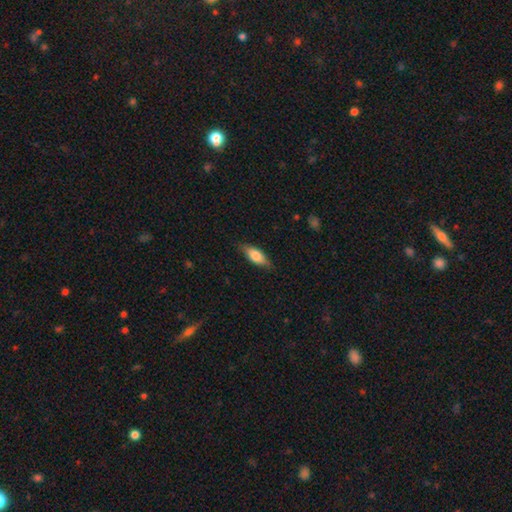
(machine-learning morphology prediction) smooth_or_featured: smooth (p=0.75) [alt: featured or disk p=0.19]
how_rounded: in between (p=0.74) [alt: cigar-shaped p=0.23]
merging: none (p=0.80) [alt: minor disturbance p=0.16]